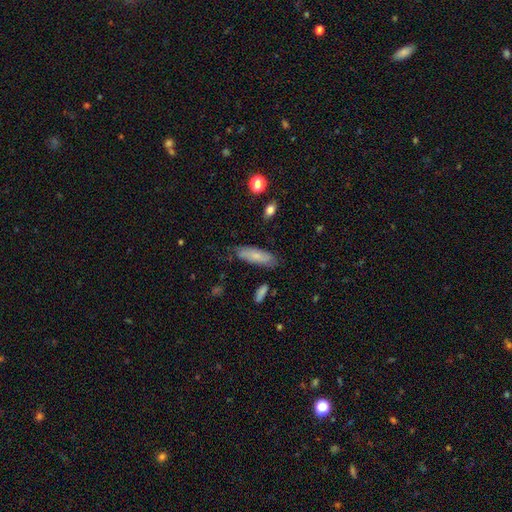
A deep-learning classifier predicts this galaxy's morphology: Q: Smooth or featured?
A: smooth (70%); runner-up: featured or disk (23%)
Q: How rounded?
A: in between (53%); runner-up: cigar-shaped (45%)
Q: Merging?
A: none (73%); runner-up: minor disturbance (20%)